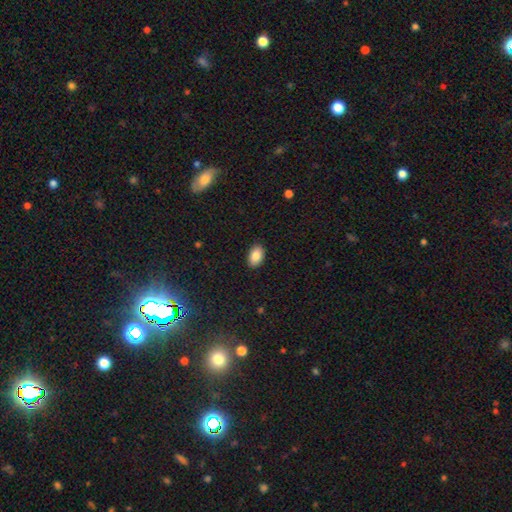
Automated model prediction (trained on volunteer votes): Q: Smooth or featured?
A: smooth (87%); runner-up: star or artifact (8%)
Q: How rounded?
A: in between (90%); runner-up: round (9%)
Q: Merging?
A: none (89%); runner-up: minor disturbance (8%)